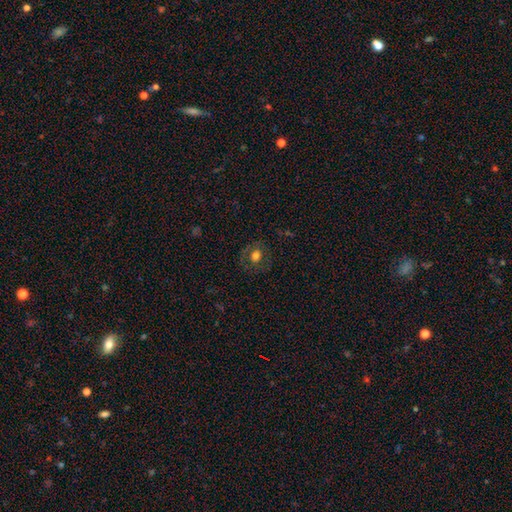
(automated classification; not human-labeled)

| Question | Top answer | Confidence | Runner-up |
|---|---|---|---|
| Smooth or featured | smooth | 64% | featured or disk (24%) |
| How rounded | round | 63% | in between (36%) |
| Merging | none | 80% | minor disturbance (13%) |